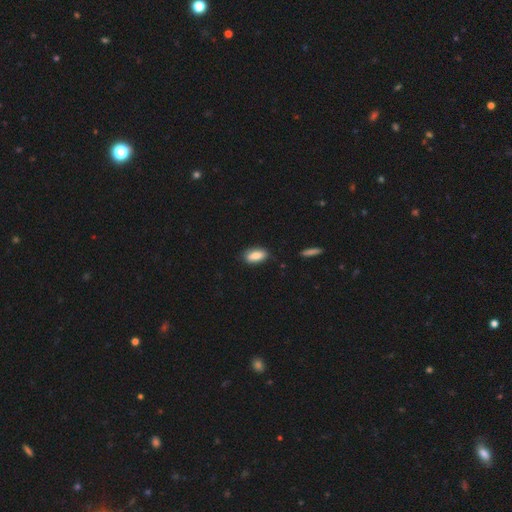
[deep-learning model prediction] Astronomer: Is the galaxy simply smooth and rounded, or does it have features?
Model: smooth — 85%.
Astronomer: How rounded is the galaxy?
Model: in between — 87%.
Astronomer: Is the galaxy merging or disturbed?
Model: none — 82%.